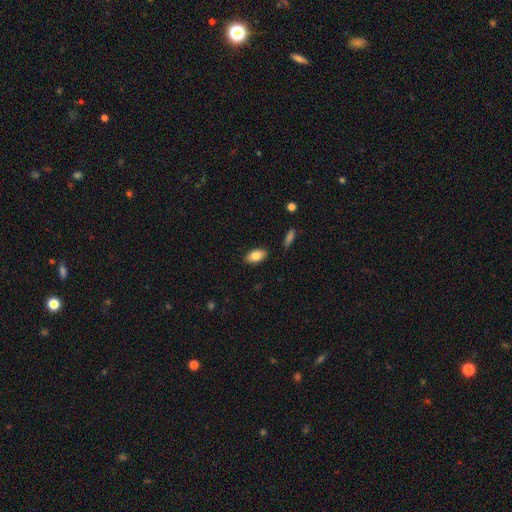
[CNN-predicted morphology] The model was most divided on "smooth or featured": smooth: 81%, featured or disk: 12%, star or artifact: 7%. More confident: how rounded — in between (92%); merging — none (87%).